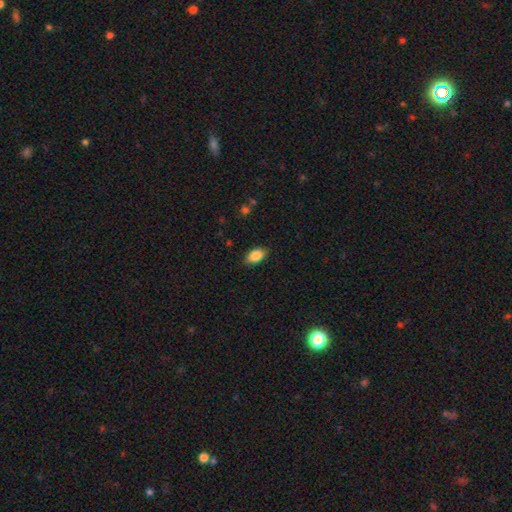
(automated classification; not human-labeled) A smooth galaxy with no disk features (88%) that is in between round and cigar-shaped (91%). Merging: none (87%).